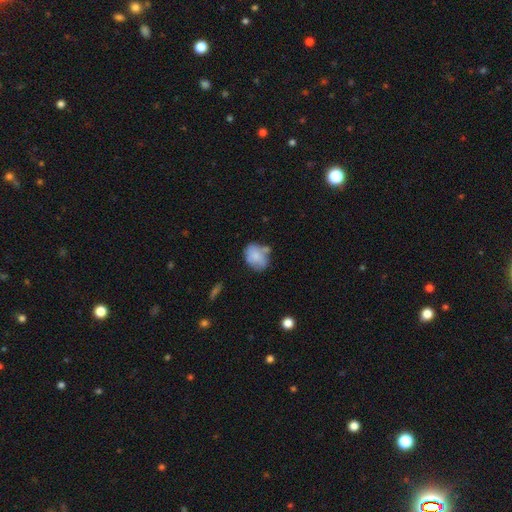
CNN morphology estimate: type=smooth (73%); roundness=in between (68%); merging=none (44%).